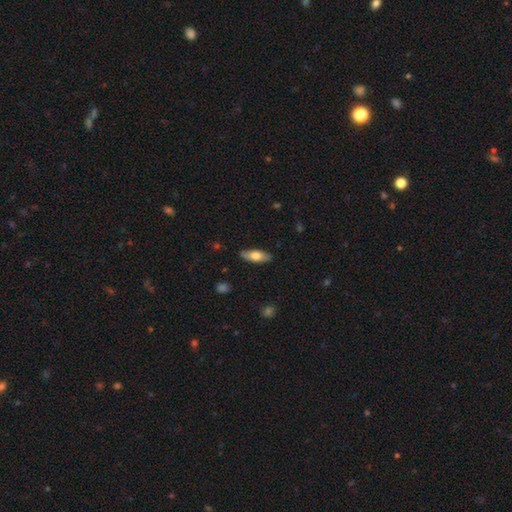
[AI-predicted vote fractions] smooth 70%, featured or disk 25%, star or artifact 6%. Down the decision tree: how rounded — in between (72%); merging — none (86%).